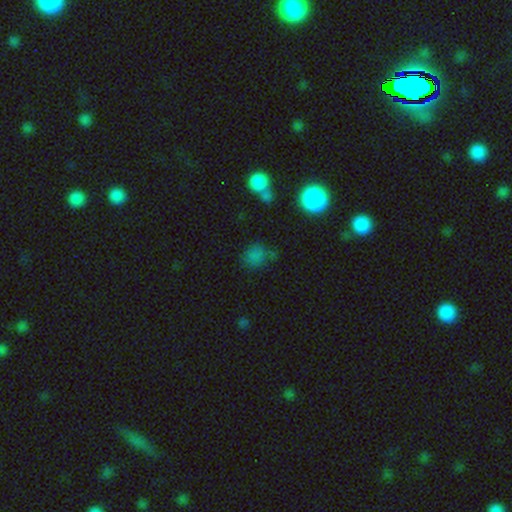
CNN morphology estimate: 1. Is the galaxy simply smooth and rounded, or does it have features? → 70% smooth, 22% star or artifact, 8% featured or disk.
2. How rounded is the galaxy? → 70% round, 28% in between, 2% cigar-shaped.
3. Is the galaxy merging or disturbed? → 59% none, 22% minor disturbance, 10% major disturbance, 8% merger.